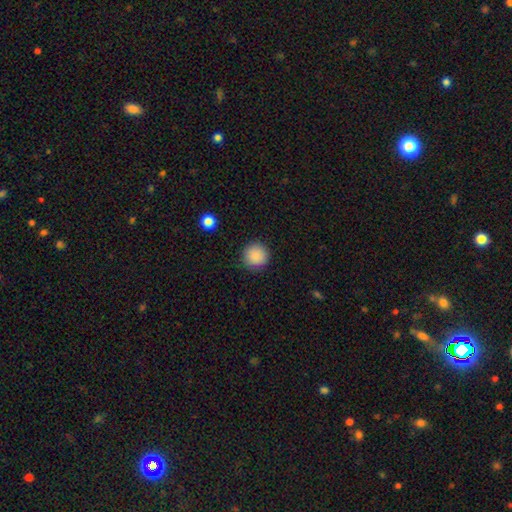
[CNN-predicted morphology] Smooth or featured: smooth — 89% (star or artifact — 8%)
How rounded: round — 96% (in between — 3%)
Merging: none — 92% (minor disturbance — 5%)